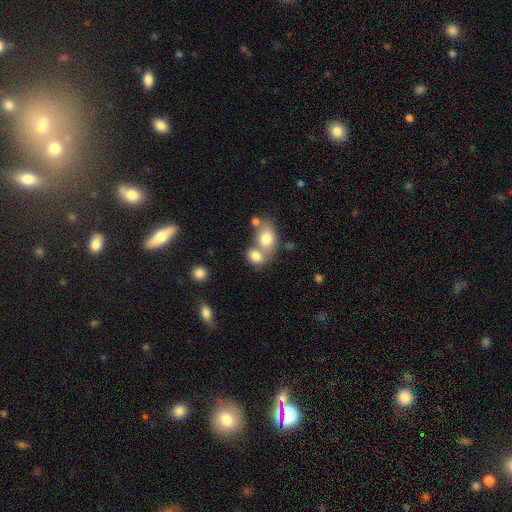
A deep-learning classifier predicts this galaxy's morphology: A smooth galaxy with no disk features (78%) that is in between round and cigar-shaped (63%). Merging: merger (57%).